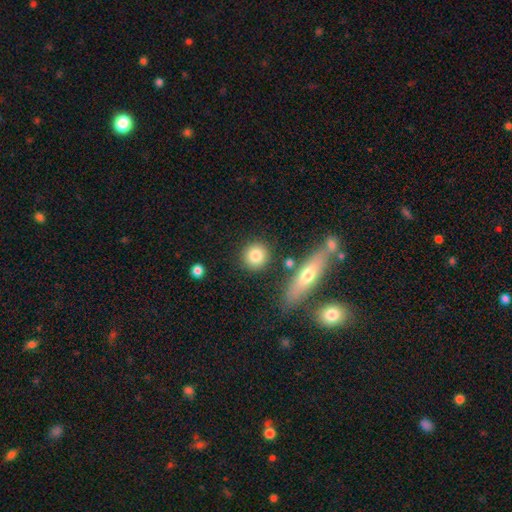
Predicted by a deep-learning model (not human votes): smooth_or_featured: smooth (p=0.82) [alt: featured or disk p=0.10]
how_rounded: round (p=0.88) [alt: in between p=0.09]
merging: none (p=0.83) [alt: minor disturbance p=0.08]